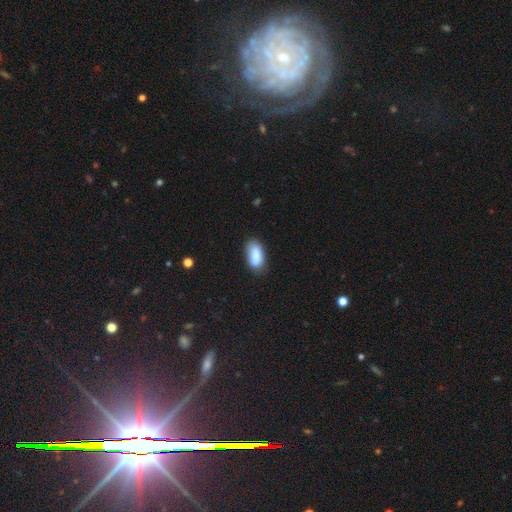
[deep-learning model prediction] Smooth or featured: smooth — 85% (featured or disk — 8%)
How rounded: in between — 90% (cigar-shaped — 7%)
Merging: none — 70% (minor disturbance — 21%)